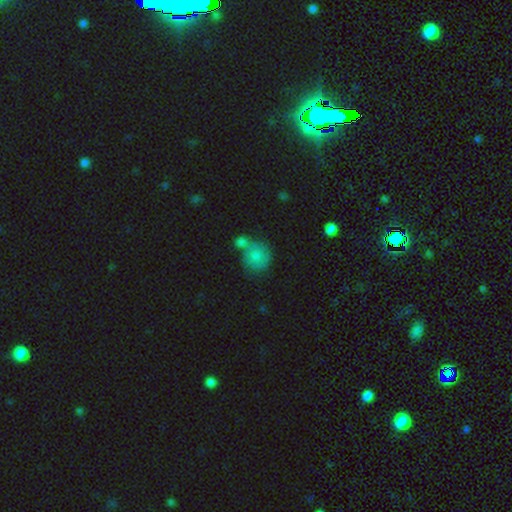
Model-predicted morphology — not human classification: The model was most divided on "merging": none: 39%, merger: 38%, minor disturbance: 16%, major disturbance: 7%. More confident: how rounded — round (85%); smooth or featured — smooth (72%).